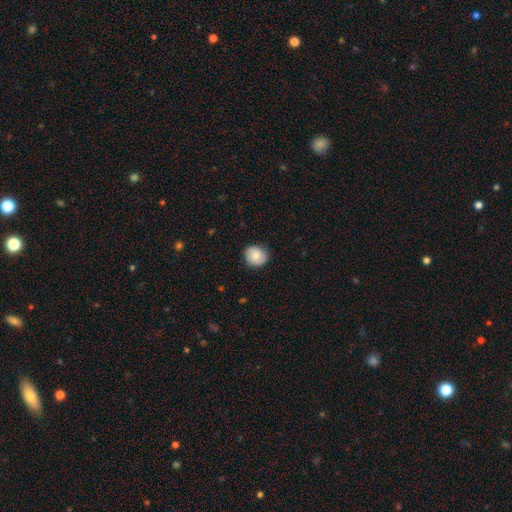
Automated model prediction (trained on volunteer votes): smooth-or-featured: smooth: 78% | featured or disk: 15% | star or artifact: 7%
  how-rounded: round: 79% | in between: 20% | cigar-shaped: 1%
  merging: none: 83% | minor disturbance: 13% | major disturbance: 3% | merger: 1%